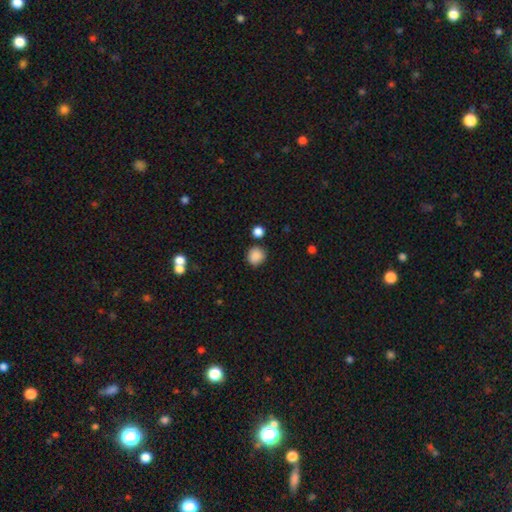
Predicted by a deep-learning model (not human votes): Smooth or featured? Predicted: smooth (p=0.86). How rounded? Predicted: round (p=0.86). Merging? Predicted: none (p=0.80).